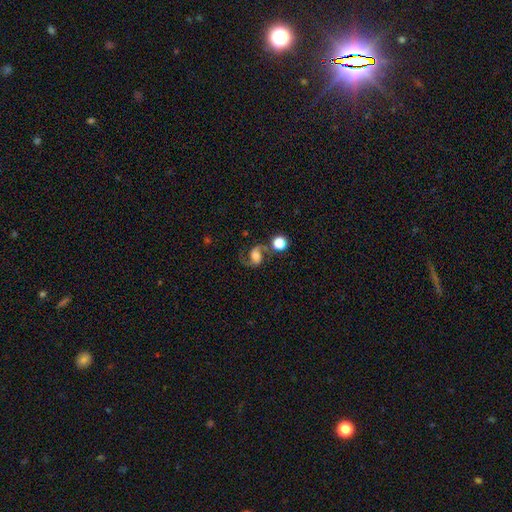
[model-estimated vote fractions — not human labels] This appears to be a featured or disk galaxy (76%) with no bar (44%), 2 (92%) loose (52%) spiral arms (96%) and a moderate central bulge (34%). Merging: none (62%).